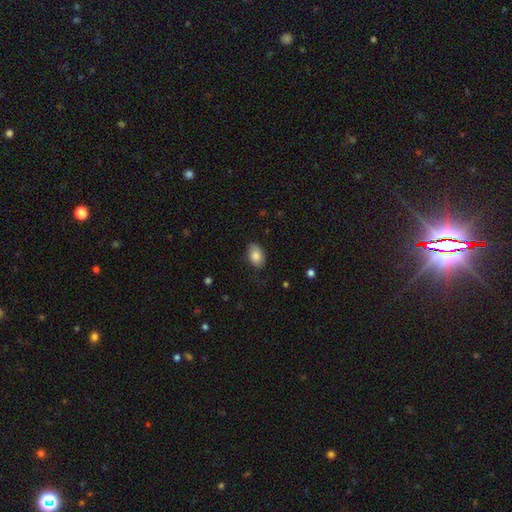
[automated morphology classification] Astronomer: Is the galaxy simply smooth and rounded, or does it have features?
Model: smooth — 85%.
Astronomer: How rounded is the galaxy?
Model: in between — 89%.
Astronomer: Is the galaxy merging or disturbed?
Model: none — 78%.